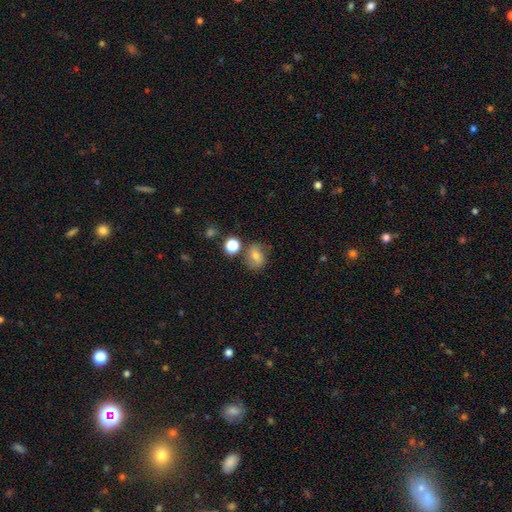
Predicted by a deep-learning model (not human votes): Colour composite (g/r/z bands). It shows a smooth galaxy with no disk features (64%) that is round (55%). Merging: none (68%).